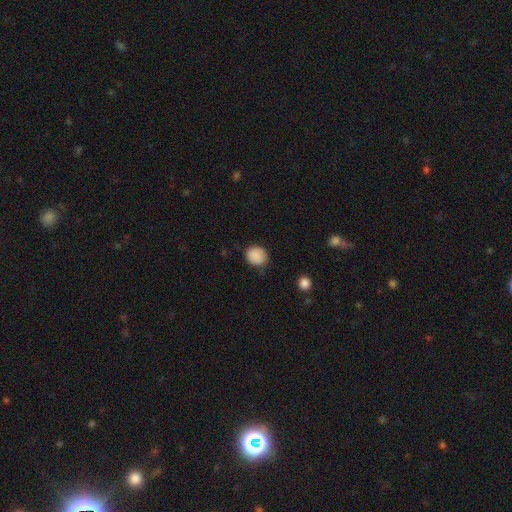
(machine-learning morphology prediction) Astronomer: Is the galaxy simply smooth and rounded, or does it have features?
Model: smooth — 87%.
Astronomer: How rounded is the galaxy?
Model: round — 81%.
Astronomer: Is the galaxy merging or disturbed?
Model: none — 74%.